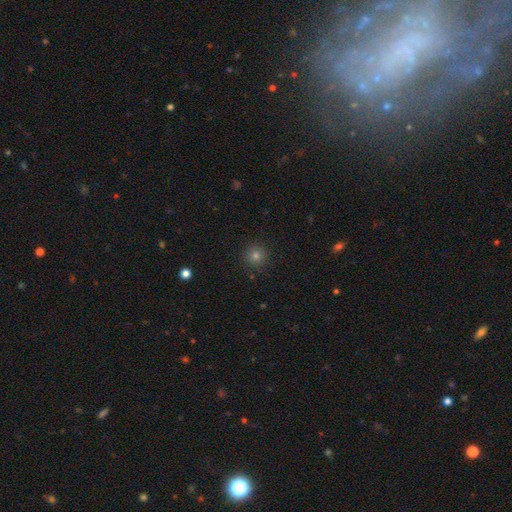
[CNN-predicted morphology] smooth 76%, star or artifact 18%, featured or disk 6%. Down the decision tree: how rounded — round (96%); merging — none (91%).